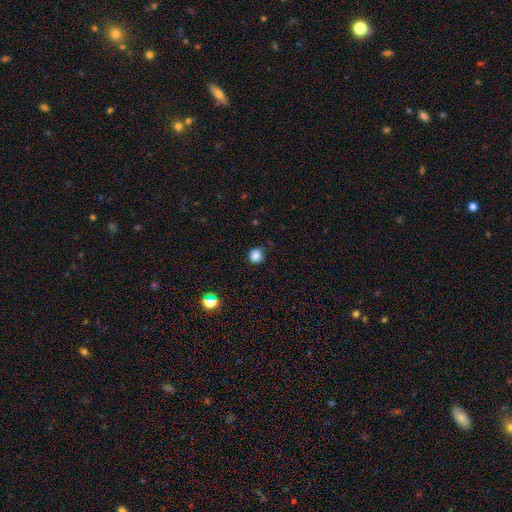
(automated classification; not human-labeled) A smooth galaxy with no disk features (84%) that is round (88%).

Vote fractions:
- Smooth or featured? smooth: 84% / star or artifact: 12% / featured or disk: 4%
- How rounded? round: 88% / in between: 11% / cigar-shaped: 1%
- Merging? none: 84% / minor disturbance: 12% / major disturbance: 3% / merger: 1%